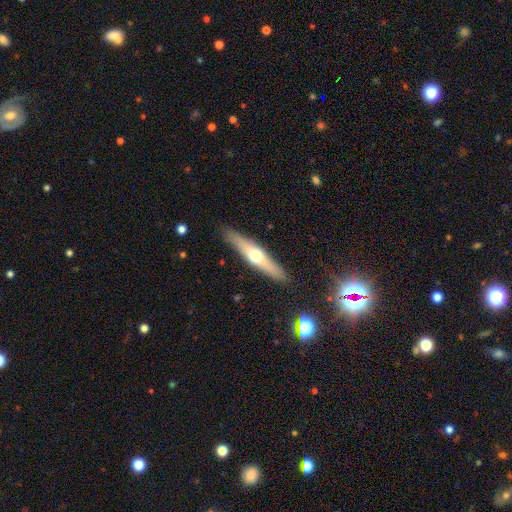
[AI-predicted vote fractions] smooth-or-featured: featured or disk: 52% | smooth: 42% | star or artifact: 6%
  disk-edge-on: yes: 90% | no: 10%
  merging: none: 88% | minor disturbance: 9% | major disturbance: 2% | merger: 1%